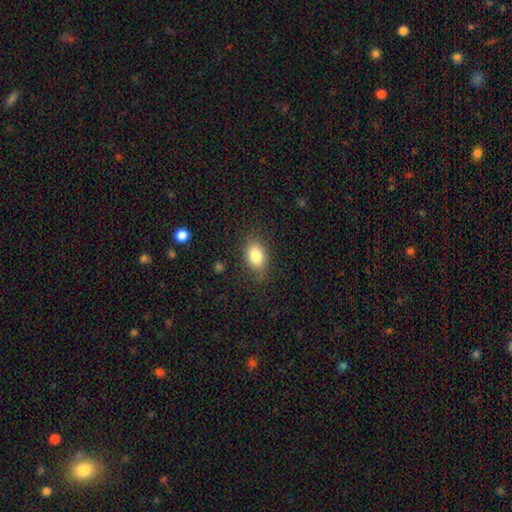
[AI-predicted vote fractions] Smooth or featured? smooth (82%)
How rounded? in between (81%)
Merging? none (81%)